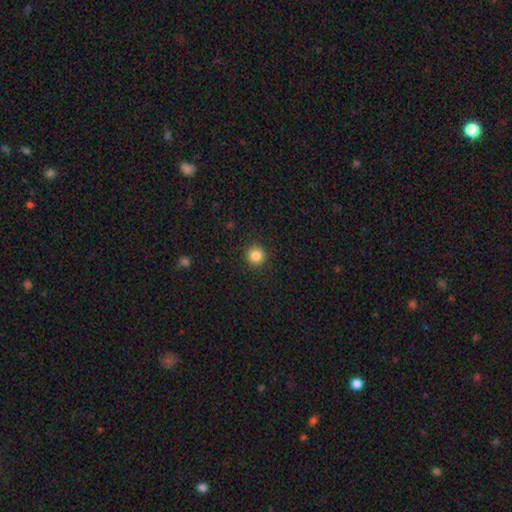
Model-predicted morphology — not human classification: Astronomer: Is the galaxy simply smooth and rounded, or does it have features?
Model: smooth — 85%.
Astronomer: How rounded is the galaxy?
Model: round — 94%.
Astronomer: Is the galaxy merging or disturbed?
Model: none — 92%.